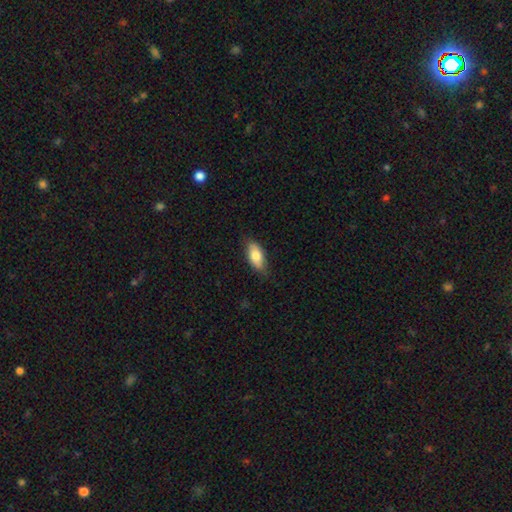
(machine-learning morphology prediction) Smooth or featured? smooth (78%)
How rounded? in between (87%)
Merging? none (80%)